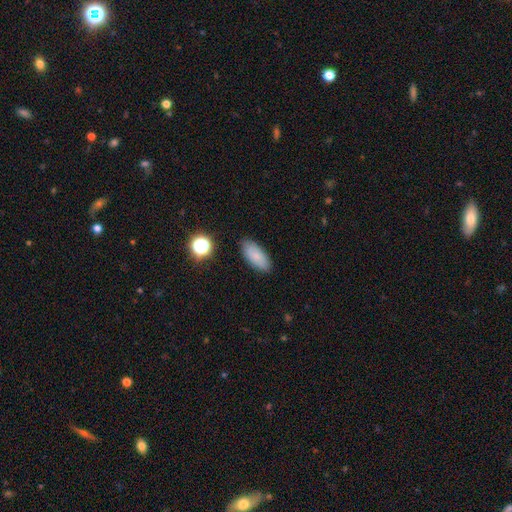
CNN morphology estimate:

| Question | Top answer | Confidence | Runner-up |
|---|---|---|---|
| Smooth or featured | smooth | 81% | featured or disk (10%) |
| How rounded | in between | 87% | cigar-shaped (11%) |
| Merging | none | 85% | minor disturbance (11%) |